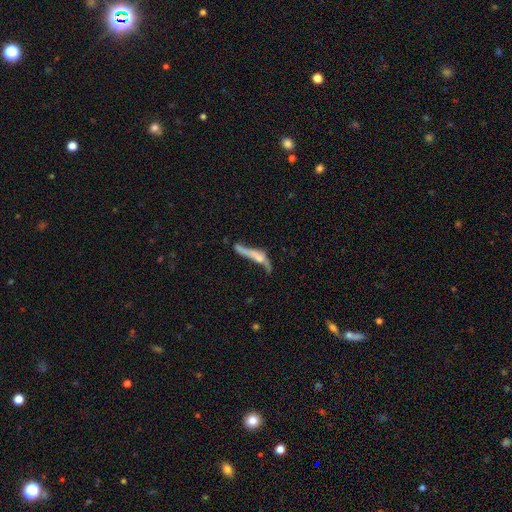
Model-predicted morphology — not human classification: A featured or disk galaxy (52%) viewed edge-on (51%).

Vote fractions:
- Smooth or featured? featured or disk: 52% / smooth: 38% / star or artifact: 10%
- Edge-on disk? yes: 51% / no: 49%
- Merging? major disturbance: 33% / none: 27% / merger: 22% / minor disturbance: 18%